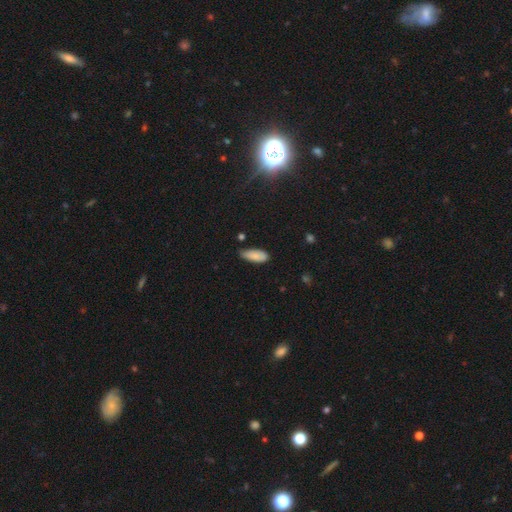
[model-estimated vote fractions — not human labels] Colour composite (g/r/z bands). It shows a smooth galaxy with no disk features (87%) that is in between round and cigar-shaped (76%). Merging: none (69%).